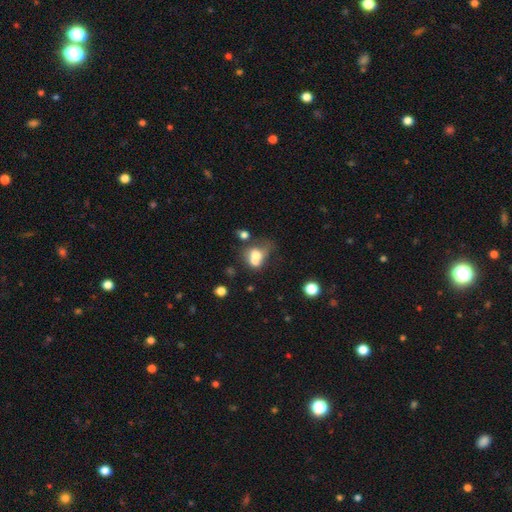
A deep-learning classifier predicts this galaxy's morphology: Smooth or featured? Predicted: smooth (p=0.65). How rounded? Predicted: in between (p=0.53). Merging? Predicted: merger (p=0.43).